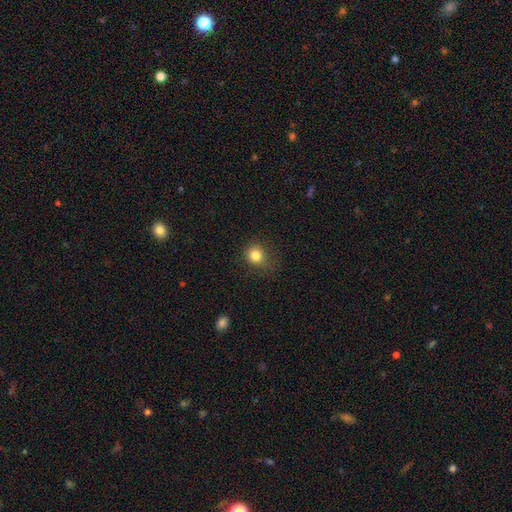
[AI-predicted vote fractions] smooth-or-featured: smooth: 83% | star or artifact: 12% | featured or disk: 5%
  how-rounded: round: 86% | in between: 13% | cigar-shaped: 1%
  merging: none: 79% | minor disturbance: 15% | major disturbance: 5% | merger: 1%